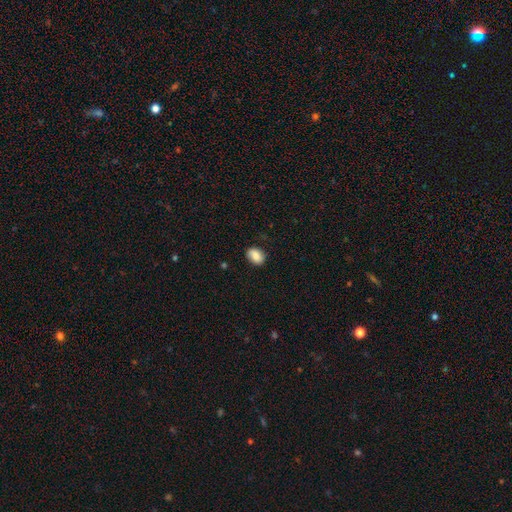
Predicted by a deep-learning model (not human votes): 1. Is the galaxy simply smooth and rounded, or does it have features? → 83% smooth, 9% featured or disk, 8% star or artifact.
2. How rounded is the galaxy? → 75% in between, 24% round, 1% cigar-shaped.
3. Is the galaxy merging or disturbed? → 82% none, 14% minor disturbance, 3% major disturbance, 1% merger.